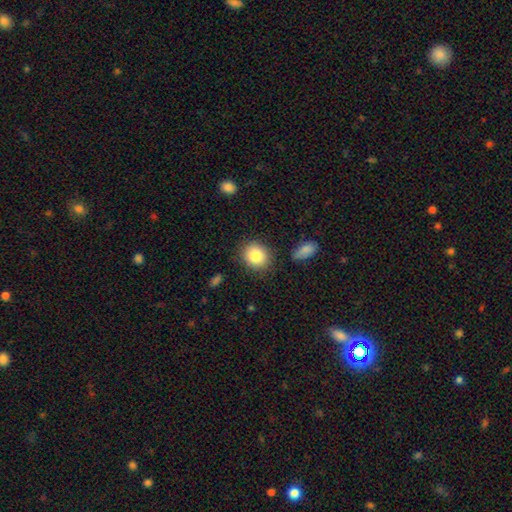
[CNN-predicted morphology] type=smooth (83%); roundness=round (75%); merging=none (84%).